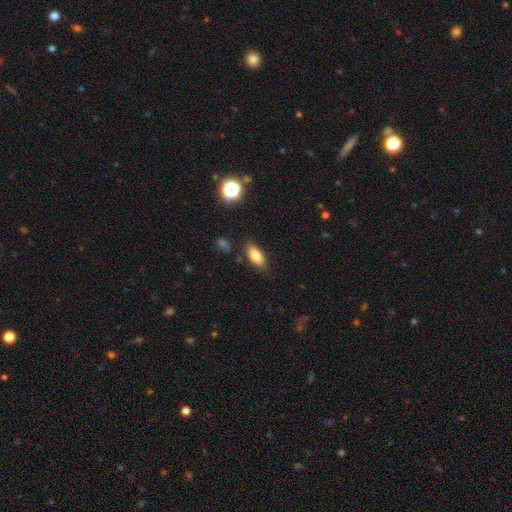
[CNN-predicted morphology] smooth-or-featured: smooth: 79% | featured or disk: 12% | star or artifact: 9%
  how-rounded: in between: 81% | cigar-shaped: 15% | round: 3%
  merging: none: 81% | minor disturbance: 13% | major disturbance: 3% | merger: 3%